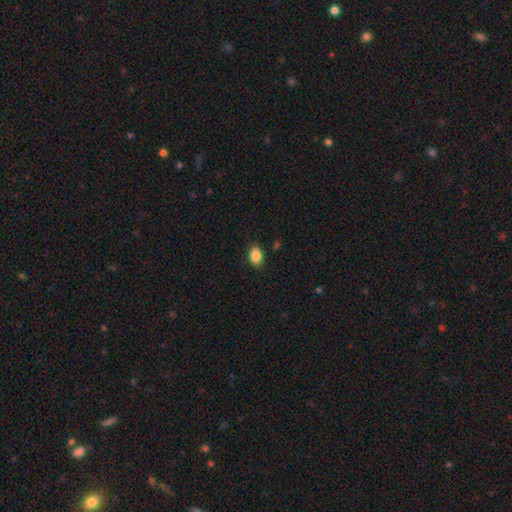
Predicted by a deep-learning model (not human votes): This is clearly a smooth galaxy (88%). How rounded: clearly in between (80%). Merging: clearly none (85%).